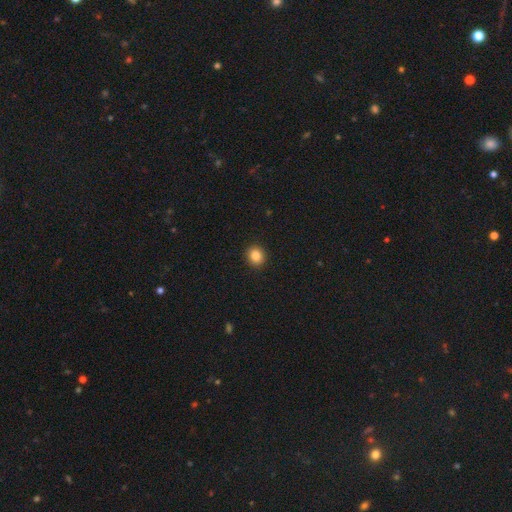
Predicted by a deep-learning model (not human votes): This is clearly a smooth galaxy (85%). How rounded: clearly round (84%). Merging: clearly none (92%).